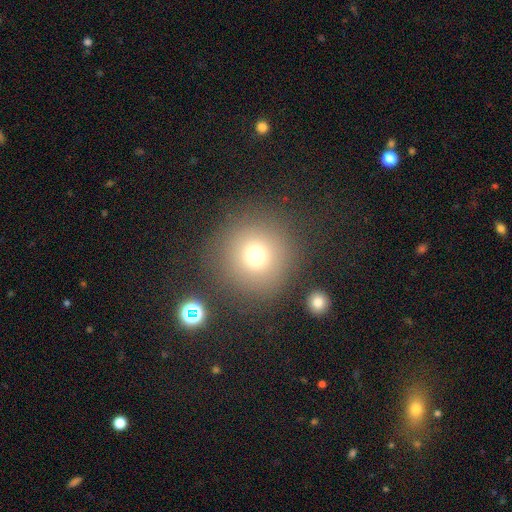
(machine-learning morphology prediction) Q: Smooth or featured?
A: smooth (73%); runner-up: star or artifact (16%)
Q: How rounded?
A: round (95%); runner-up: in between (4%)
Q: Merging?
A: none (83%); runner-up: minor disturbance (8%)